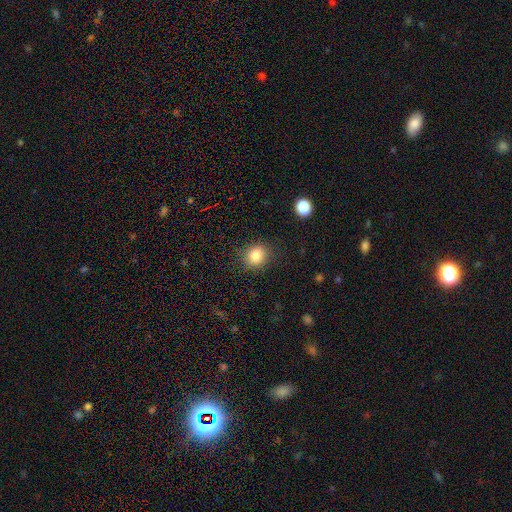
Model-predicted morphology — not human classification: smooth 83%, star or artifact 11%, featured or disk 6%. Down the decision tree: how rounded — round (71%); merging — none (86%).